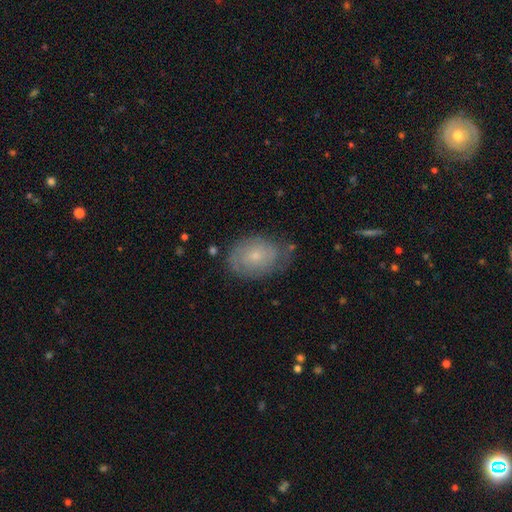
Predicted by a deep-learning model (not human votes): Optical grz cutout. It shows a smooth galaxy with no disk features (50%) that is in between round and cigar-shaped (77%). Merging: none (63%).